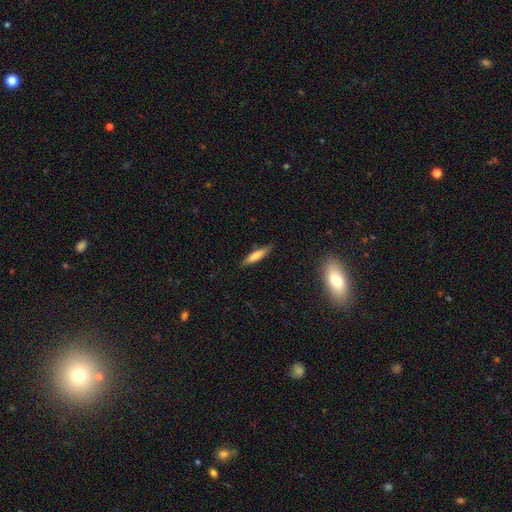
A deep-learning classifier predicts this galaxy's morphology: Q: Smooth or featured?
A: smooth (74%); runner-up: featured or disk (19%)
Q: How rounded?
A: cigar-shaped (80%); runner-up: in between (18%)
Q: Merging?
A: none (85%); runner-up: minor disturbance (11%)